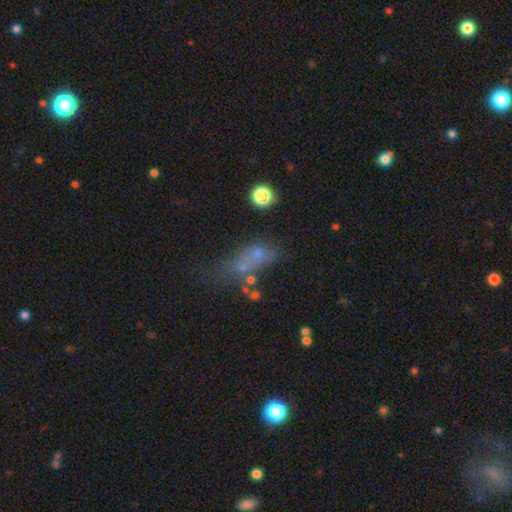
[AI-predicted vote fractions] Smooth or featured? smooth (51%)
How rounded? in between (68%)
Merging? none (29%)